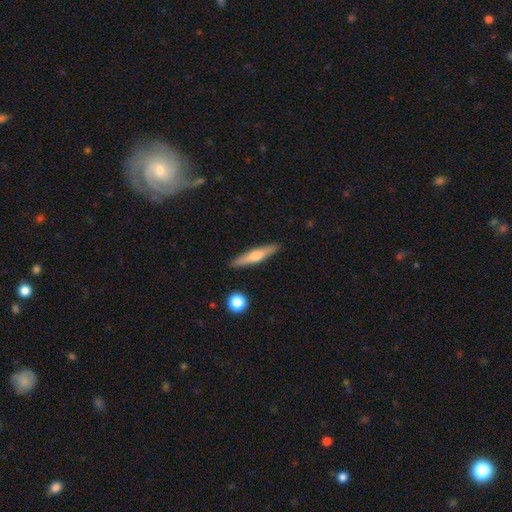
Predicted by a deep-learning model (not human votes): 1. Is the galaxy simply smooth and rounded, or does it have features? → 48% featured or disk, 45% smooth, 6% star or artifact.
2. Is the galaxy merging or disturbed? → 90% none, 7% minor disturbance, 2% merger, 2% major disturbance.